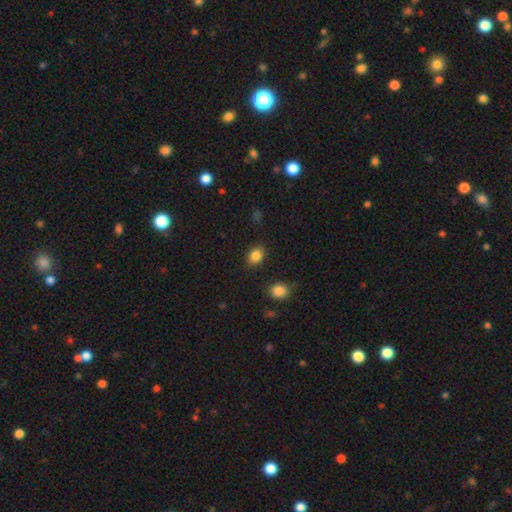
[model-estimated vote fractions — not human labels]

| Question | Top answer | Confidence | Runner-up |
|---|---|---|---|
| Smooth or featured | smooth | 86% | star or artifact (9%) |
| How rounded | in between | 63% | round (36%) |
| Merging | none | 84% | minor disturbance (10%) |